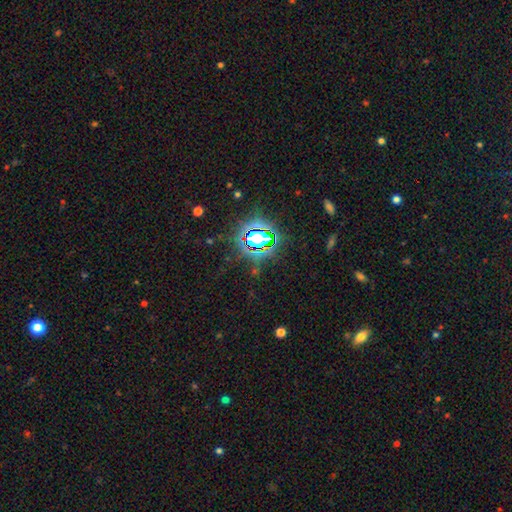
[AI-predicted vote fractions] Smooth or featured?
  - star or artifact: 80% *
  - smooth: 12%
  - featured or disk: 8%